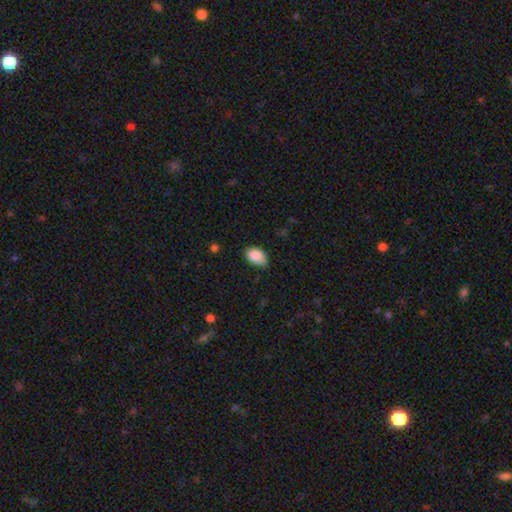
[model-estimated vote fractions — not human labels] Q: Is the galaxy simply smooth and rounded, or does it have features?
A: smooth — 89%.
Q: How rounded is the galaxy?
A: in between — 88%.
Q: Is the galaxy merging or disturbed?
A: none — 63%.